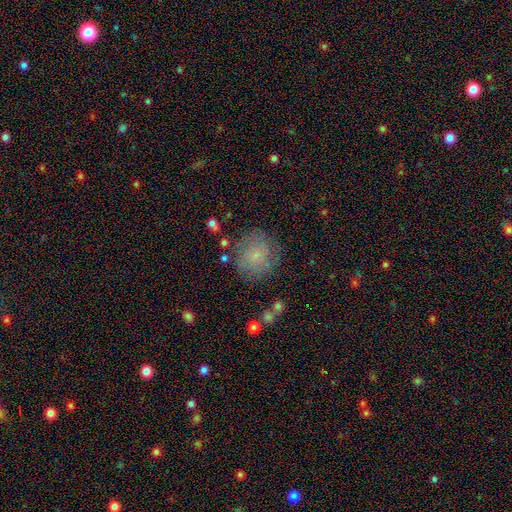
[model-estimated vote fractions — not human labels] Smooth or featured? Predicted: smooth (p=0.72). How rounded? Predicted: round (p=0.87). Merging? Predicted: none (p=0.76).